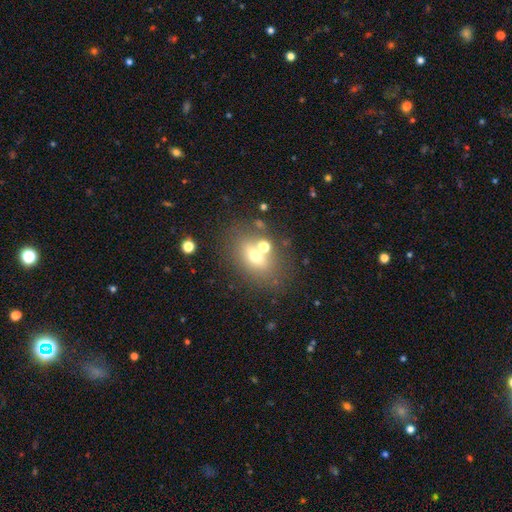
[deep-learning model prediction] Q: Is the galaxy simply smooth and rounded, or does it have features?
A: smooth — 61%.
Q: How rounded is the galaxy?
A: in between — 61%.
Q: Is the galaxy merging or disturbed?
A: none — 62%.